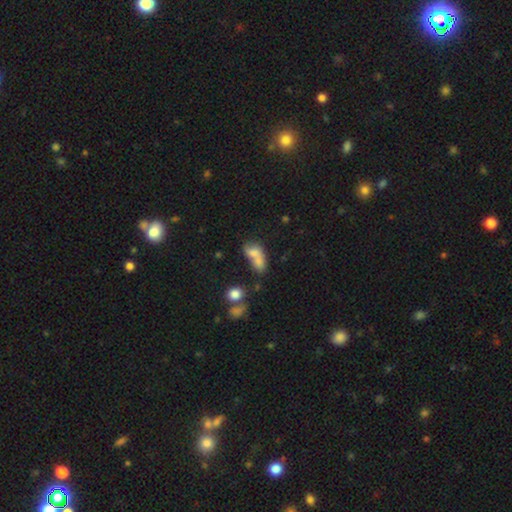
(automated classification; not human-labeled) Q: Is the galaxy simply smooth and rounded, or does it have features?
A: smooth — 70%.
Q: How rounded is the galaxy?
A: in between — 76%.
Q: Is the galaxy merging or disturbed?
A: merger — 59%.